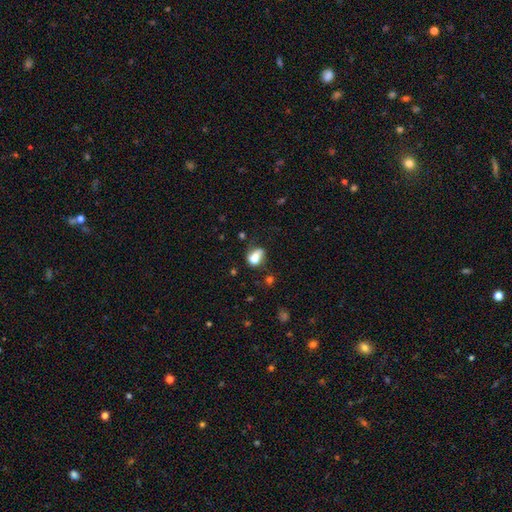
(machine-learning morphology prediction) Smooth or featured?
  - smooth: 67% *
  - featured or disk: 22%
  - star or artifact: 11%
How rounded?
  - in between: 63% *
  - round: 34%
  - cigar-shaped: 2%
Merging?
  - none: 36% *
  - minor disturbance: 30%
  - major disturbance: 22%
  - merger: 12%